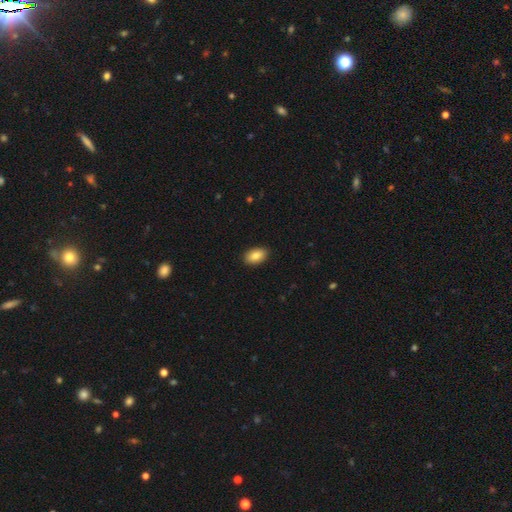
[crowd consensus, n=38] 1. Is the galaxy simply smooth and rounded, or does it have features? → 84% smooth, 11% featured or disk, 5% star or artifact.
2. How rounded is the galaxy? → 100% in between, 0% round, 0% cigar-shaped.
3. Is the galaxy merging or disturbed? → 92% none, 8% minor disturbance, 0% major disturbance, 0% merger.